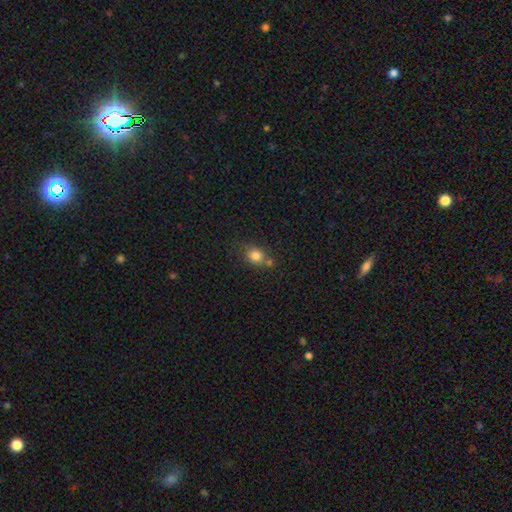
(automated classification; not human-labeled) The model was most divided on "how rounded": round: 59%, in between: 40%, cigar-shaped: 2%. More confident: smooth or featured — smooth (81%); merging — none (55%).